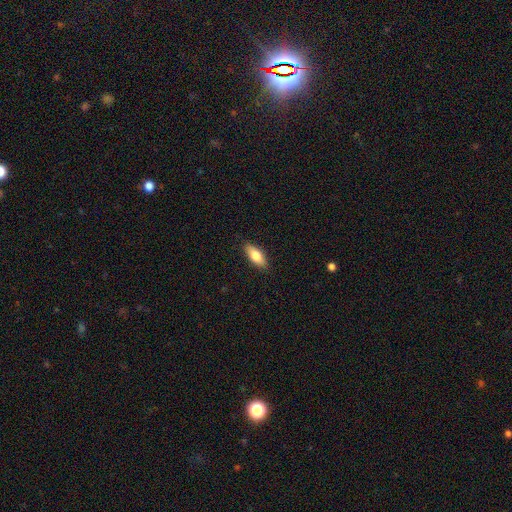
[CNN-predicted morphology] This appears to be a smooth galaxy with no disk features (78%) that is in between round and cigar-shaped (79%). Merging: none (88%).